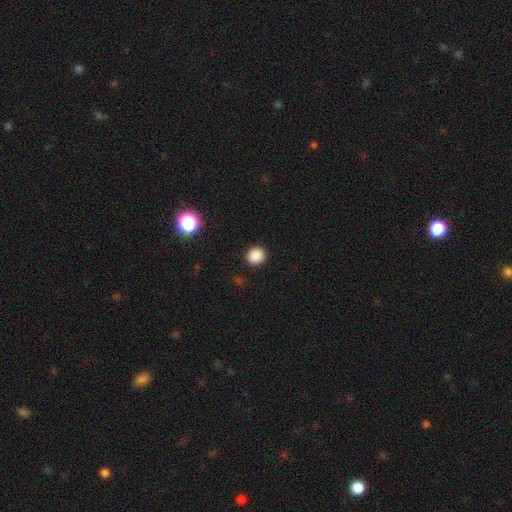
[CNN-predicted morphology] A smooth galaxy with no disk features (87%) that is round (88%). Merging: none (91%).